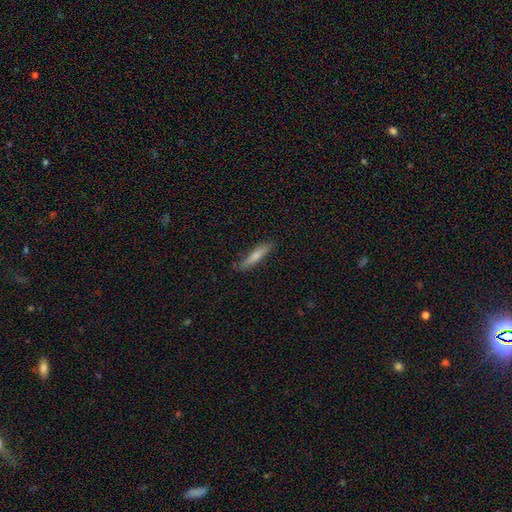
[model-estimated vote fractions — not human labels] Smooth or featured: smooth — 72% (featured or disk — 22%)
How rounded: cigar-shaped — 87% (in between — 12%)
Merging: none — 81% (minor disturbance — 15%)